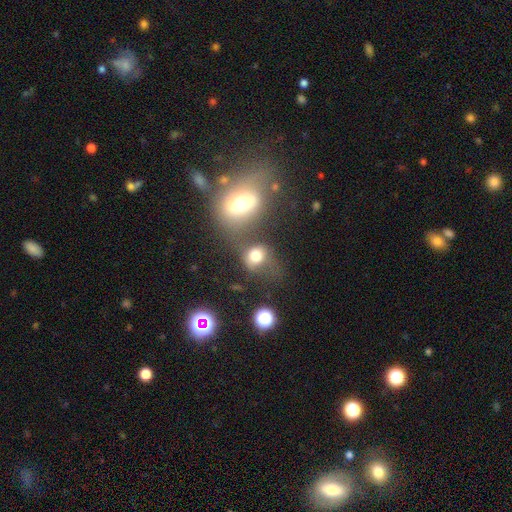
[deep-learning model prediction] smooth_or_featured: smooth (p=0.71) [alt: featured or disk p=0.15]
how_rounded: round (p=0.58) [alt: in between p=0.40]
merging: none (p=0.38) [alt: merger p=0.28]